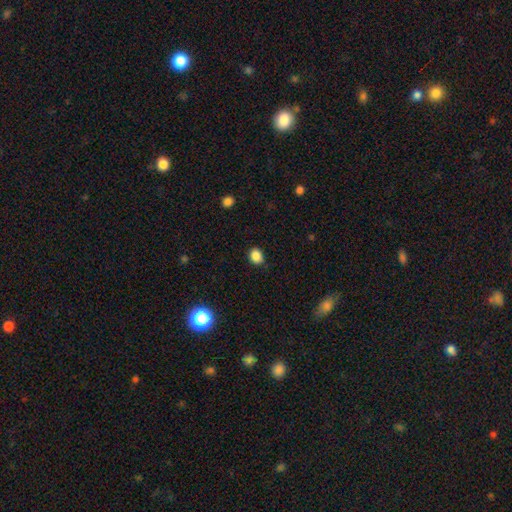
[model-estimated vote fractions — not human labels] Smooth or featured? smooth (87%)
How rounded? round (52%)
Merging? none (84%)